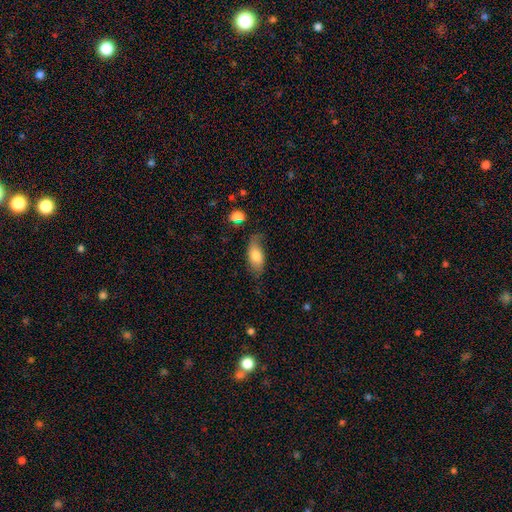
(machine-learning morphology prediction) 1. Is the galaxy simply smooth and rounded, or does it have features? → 68% smooth, 24% featured or disk, 7% star or artifact.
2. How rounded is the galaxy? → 88% in between, 8% cigar-shaped, 4% round.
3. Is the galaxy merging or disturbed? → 54% none, 30% minor disturbance, 13% major disturbance, 3% merger.